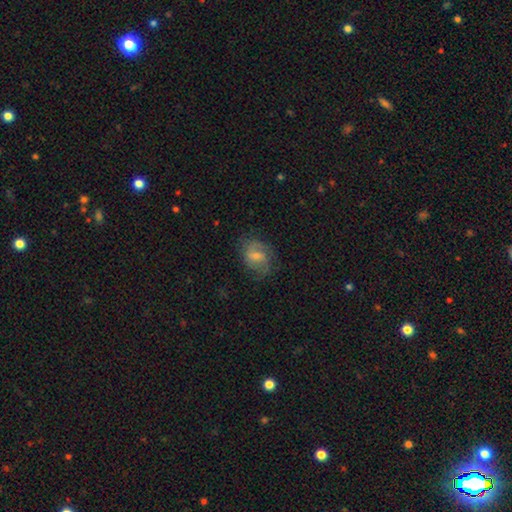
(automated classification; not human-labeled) The model was most divided on "smooth or featured": featured or disk: 50%, smooth: 39%, star or artifact: 11%. More confident: edge-on disk — no (96%); merging — none (69%).